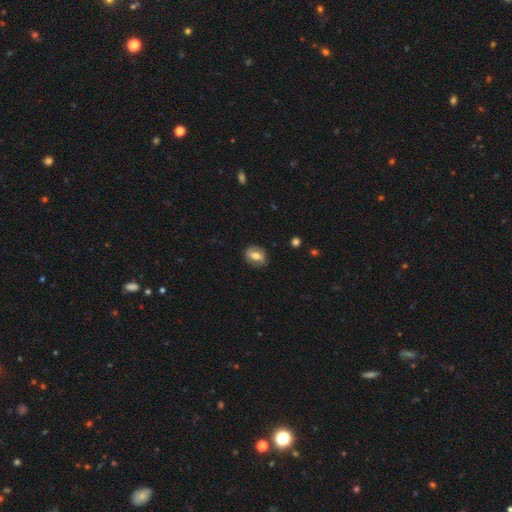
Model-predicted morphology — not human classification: smooth 57%, featured or disk 35%, star or artifact 8%. Down the decision tree: how rounded — in between (60%); merging — none (82%).